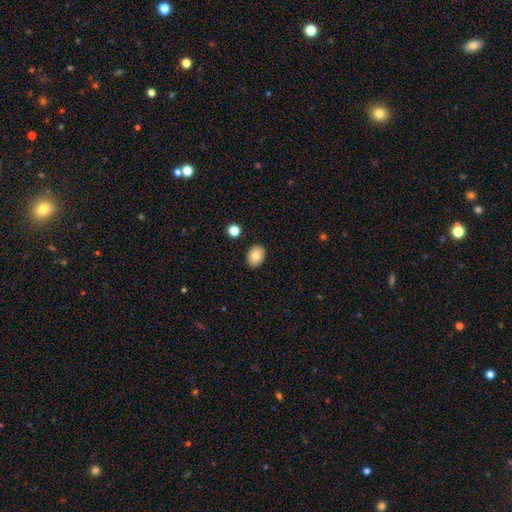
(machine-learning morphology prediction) The model was most divided on "how rounded": in between: 63%, round: 36%, cigar-shaped: 1%. More confident: merging — none (89%); smooth or featured — smooth (83%).